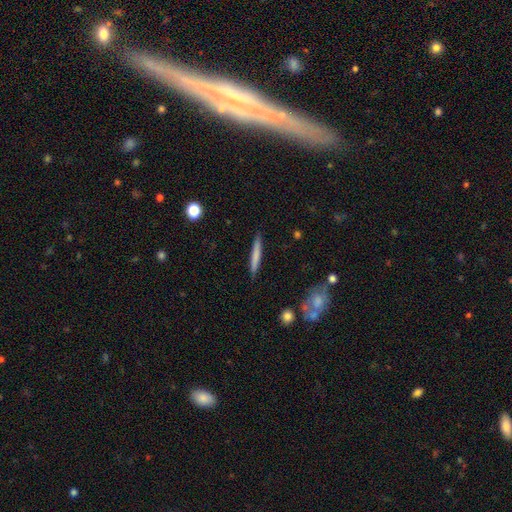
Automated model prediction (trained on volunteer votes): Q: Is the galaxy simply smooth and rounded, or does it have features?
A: smooth — 70%.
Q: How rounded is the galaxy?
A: cigar-shaped — 95%.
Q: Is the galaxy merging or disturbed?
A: none — 89%.